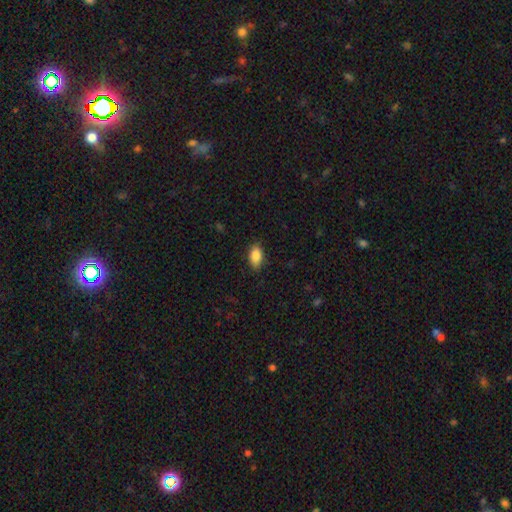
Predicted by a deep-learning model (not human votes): smooth 87%, star or artifact 7%, featured or disk 5%. Down the decision tree: how rounded — in between (91%); merging — none (82%).